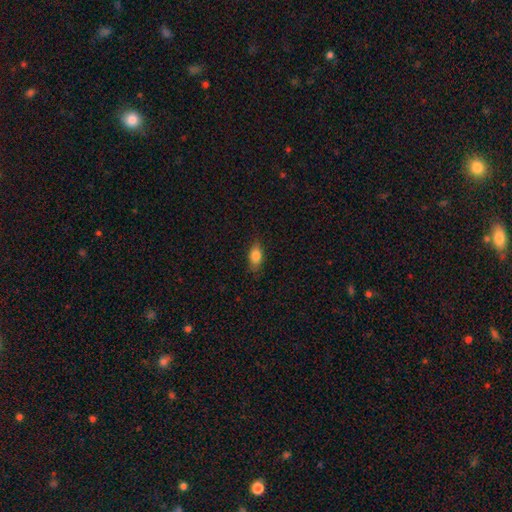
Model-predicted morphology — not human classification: This is clearly a smooth galaxy (80%). How rounded: clearly in between (83%). Merging: likely none (79%).